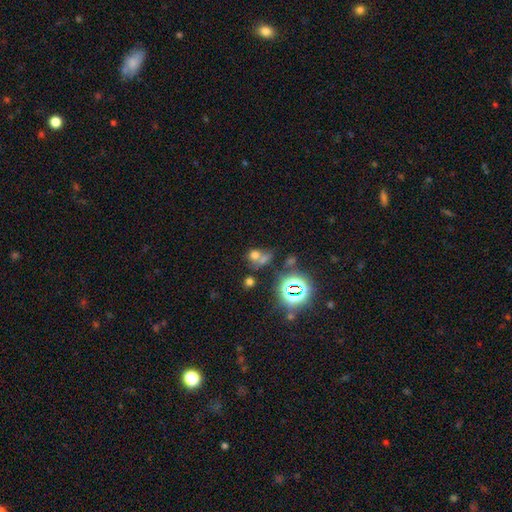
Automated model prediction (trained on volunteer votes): This appears to be a smooth galaxy with no disk features (55%) that is round (66%). Merging: merger (45%).